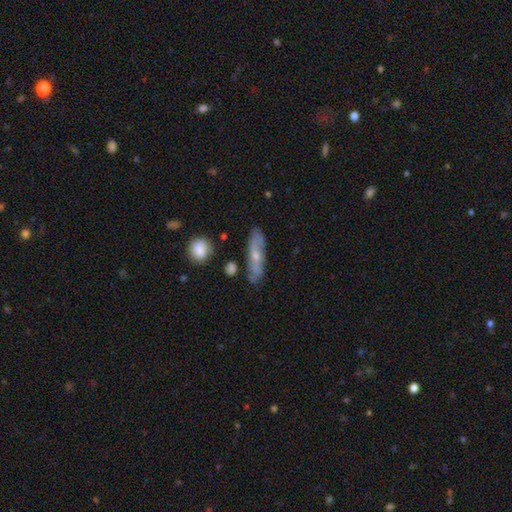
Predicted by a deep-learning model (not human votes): Smooth or featured: featured or disk — 50% (smooth — 43%)
Merging: none — 79% (minor disturbance — 14%)